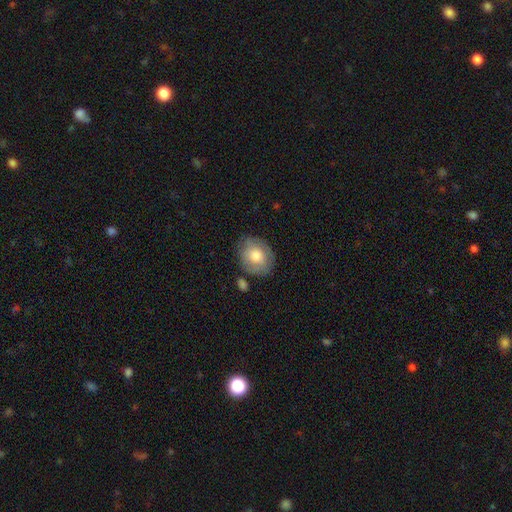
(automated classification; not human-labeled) A smooth galaxy with no disk features (70%) that is round (56%). Merging: none (72%).